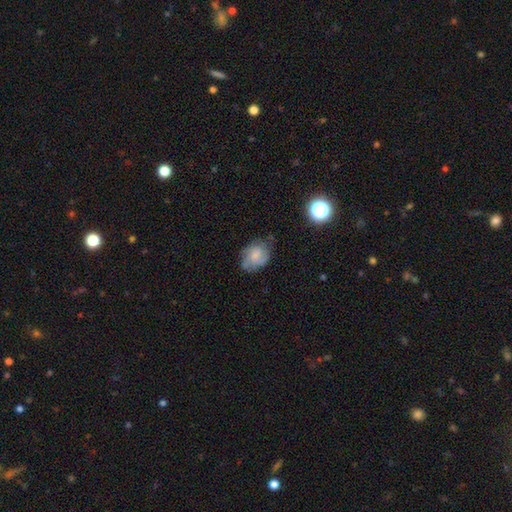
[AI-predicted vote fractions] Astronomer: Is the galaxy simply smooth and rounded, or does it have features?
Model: smooth — 48% (runner-up: featured or disk, 43%).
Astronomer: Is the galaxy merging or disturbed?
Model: none — 58%.